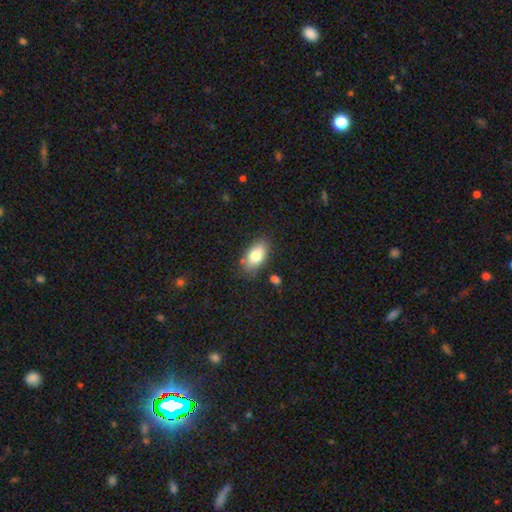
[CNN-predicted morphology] smooth-or-featured: smooth: 80% | featured or disk: 12% | star or artifact: 8%
  how-rounded: in between: 91% | round: 6% | cigar-shaped: 4%
  merging: none: 79% | minor disturbance: 14% | merger: 3% | major disturbance: 3%